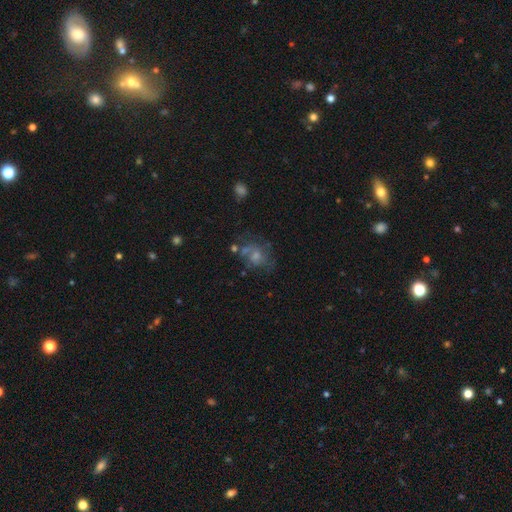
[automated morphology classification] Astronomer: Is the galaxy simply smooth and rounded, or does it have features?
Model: featured or disk — 46% (runner-up: smooth, 30%).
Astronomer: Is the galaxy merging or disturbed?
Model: none — 52%.